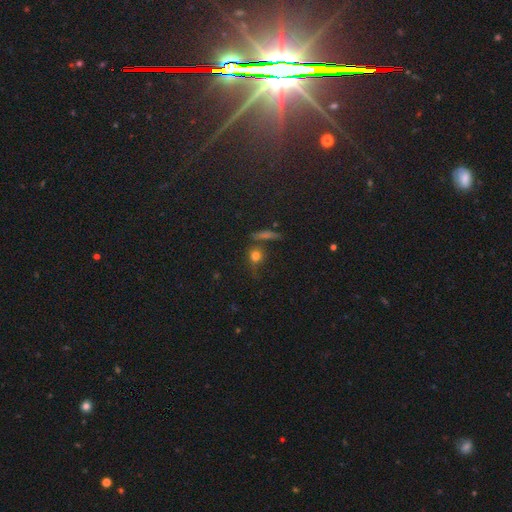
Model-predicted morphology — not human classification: This is likely a smooth galaxy (71%). How rounded: likely round (77%). Merging: likely none (63%).